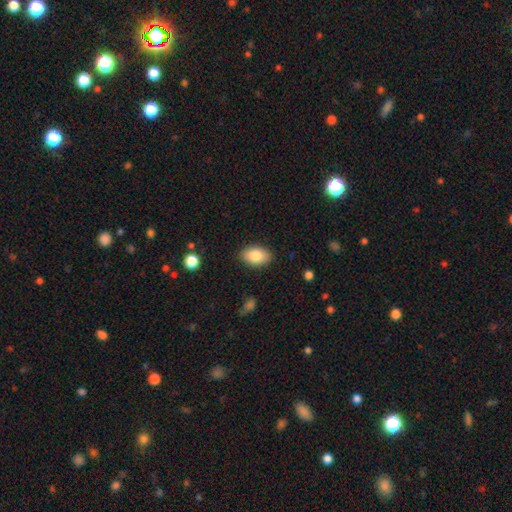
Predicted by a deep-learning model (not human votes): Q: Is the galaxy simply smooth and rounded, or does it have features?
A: smooth — 83%.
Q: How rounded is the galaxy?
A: in between — 91%.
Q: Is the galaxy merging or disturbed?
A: none — 86%.